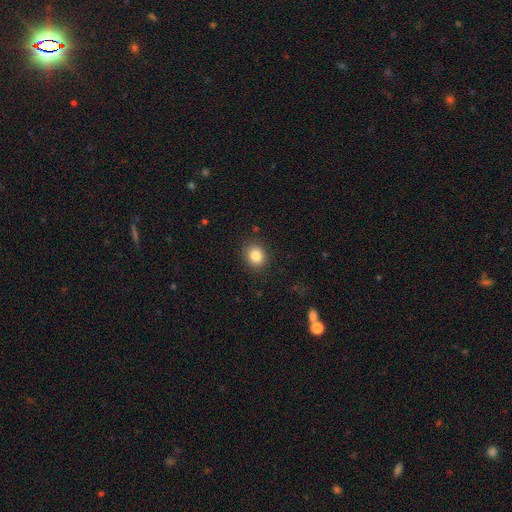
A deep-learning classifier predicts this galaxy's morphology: Overall: smooth (85%). How rounded: round (62%; in between 37%). Merging: none (88%).